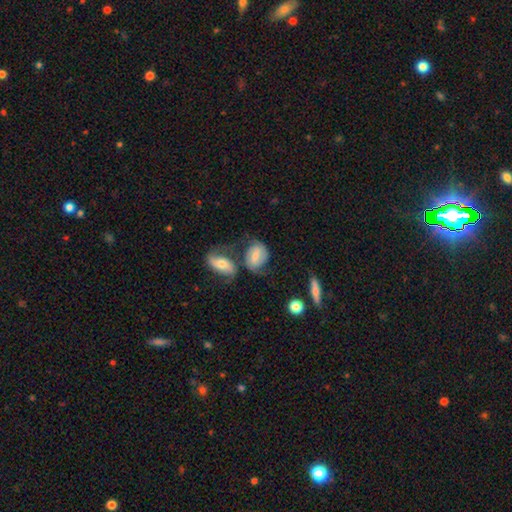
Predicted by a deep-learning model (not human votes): featured or disk 56%, smooth 36%, star or artifact 8%. Down the decision tree: edge-on disk — no (95%); bar — weak (43%); spiral arms — yes (87%); bulge size — small (47%); merging — none (40%).